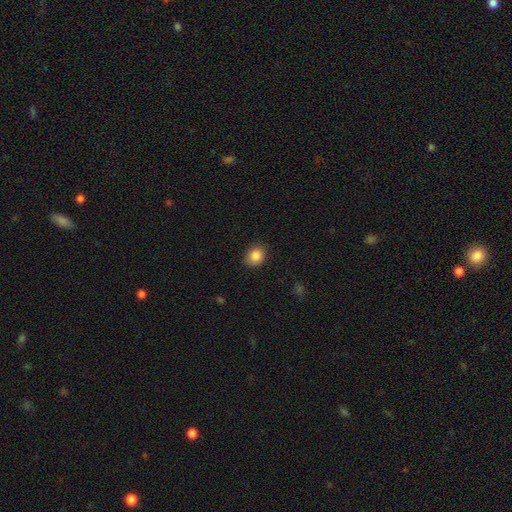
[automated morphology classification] Smooth or featured?
  - smooth: 86% *
  - star or artifact: 9%
  - featured or disk: 5%
How rounded?
  - round: 52% *
  - in between: 47%
  - cigar-shaped: 1%
Merging?
  - none: 84% *
  - minor disturbance: 12%
  - major disturbance: 2%
  - merger: 1%